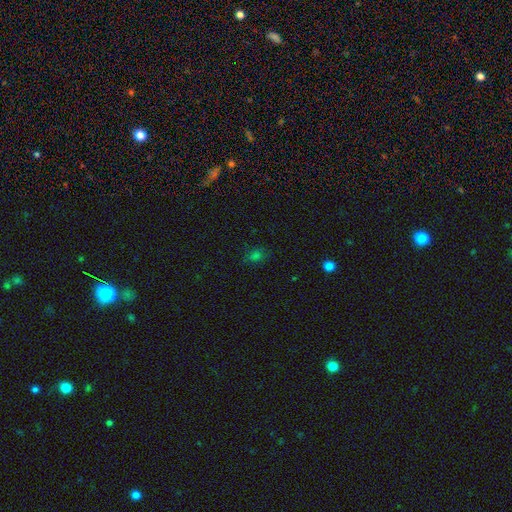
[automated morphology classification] smooth-or-featured: smooth: 62% | star or artifact: 29% | featured or disk: 9%
  how-rounded: in between: 67% | round: 30% | cigar-shaped: 3%
  merging: none: 77% | minor disturbance: 16% | major disturbance: 5% | merger: 2%